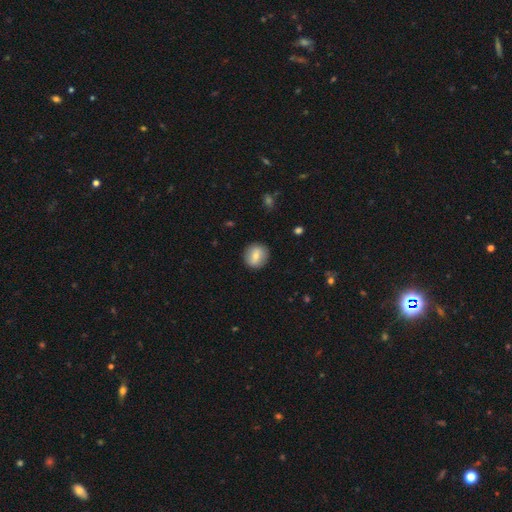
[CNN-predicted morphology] smooth_or_featured: smooth (p=0.69) [alt: featured or disk p=0.22]
how_rounded: round (p=0.86) [alt: in between p=0.13]
merging: none (p=0.89) [alt: minor disturbance p=0.08]